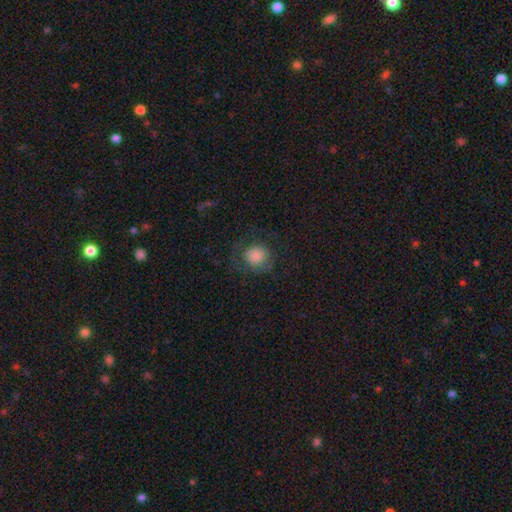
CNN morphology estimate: smooth 70%, featured or disk 20%, star or artifact 10%. Down the decision tree: how rounded — round (86%); merging — none (65%).